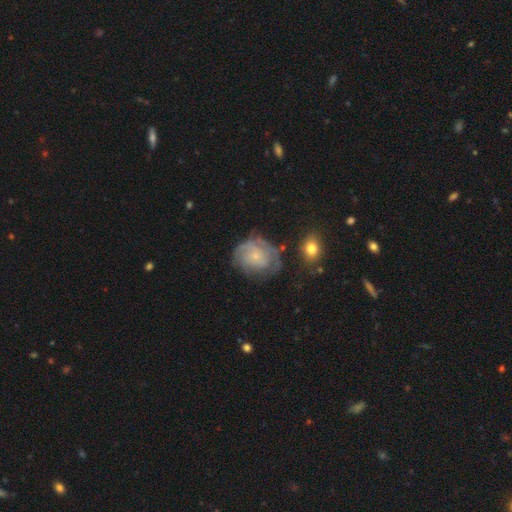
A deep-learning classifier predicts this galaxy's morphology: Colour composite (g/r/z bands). It shows a featured or disk galaxy (68%) with no bar (78%), tight (57%) spiral arms (86%) and a small central bulge (78%). Merging: none (58%).